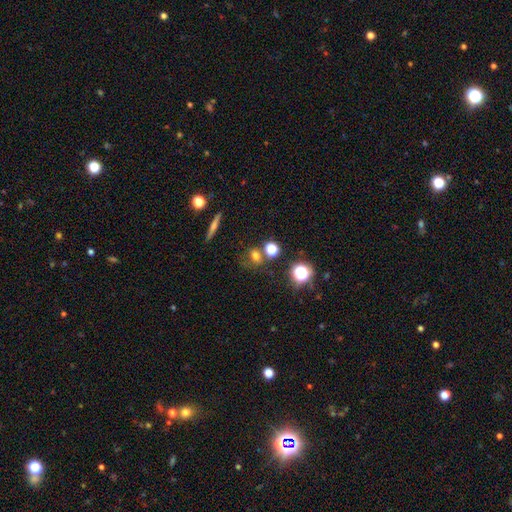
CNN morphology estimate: The model was most divided on "how rounded": round: 54%, in between: 42%, cigar-shaped: 4%. More confident: smooth or featured — smooth (64%); merging — none (62%).